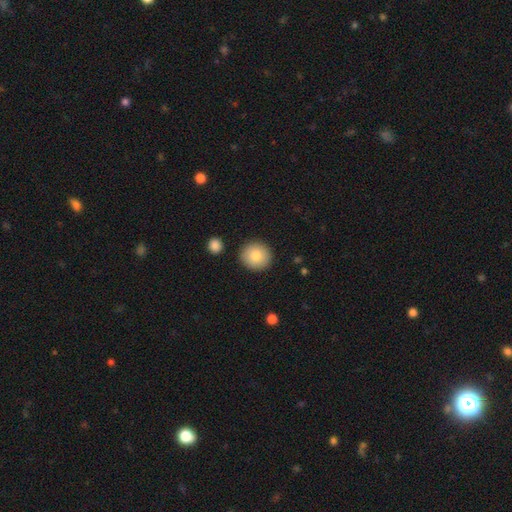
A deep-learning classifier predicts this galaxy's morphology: Smooth or featured: smooth — 84% (featured or disk — 8%)
How rounded: round — 92% (in between — 7%)
Merging: none — 90% (minor disturbance — 6%)